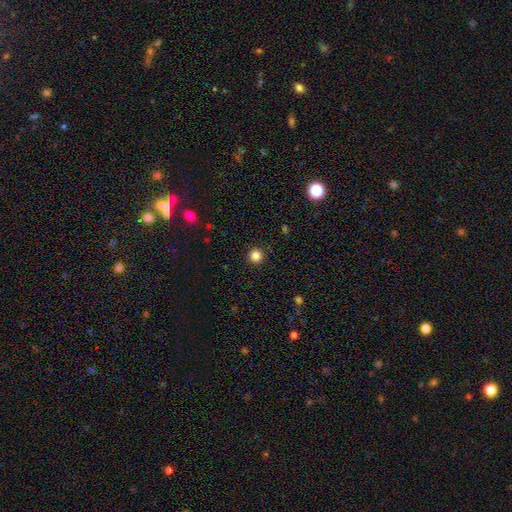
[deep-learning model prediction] A smooth galaxy with no disk features (85%) that is round (94%). Merging: none (92%).